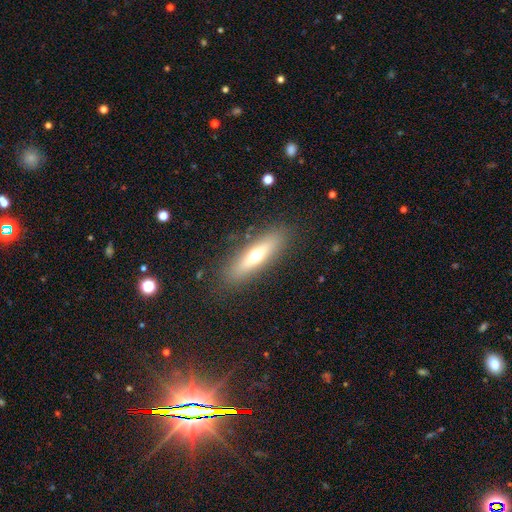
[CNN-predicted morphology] This is possibly a smooth galaxy (52%). How rounded: likely cigar-shaped (62%). Merging: clearly none (87%).